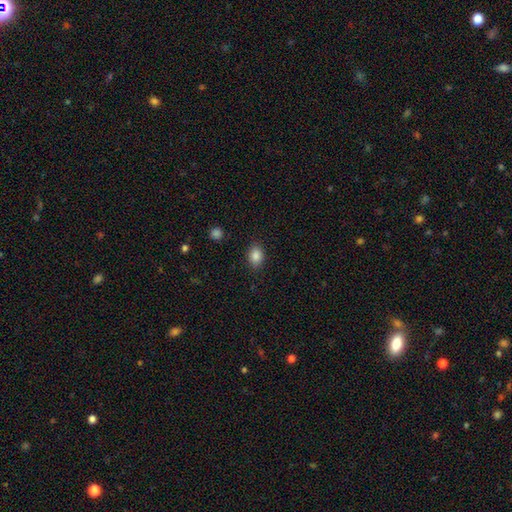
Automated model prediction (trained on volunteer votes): Smooth or featured: smooth — 86% (star or artifact — 9%)
How rounded: in between — 73% (round — 26%)
Merging: none — 87% (minor disturbance — 9%)